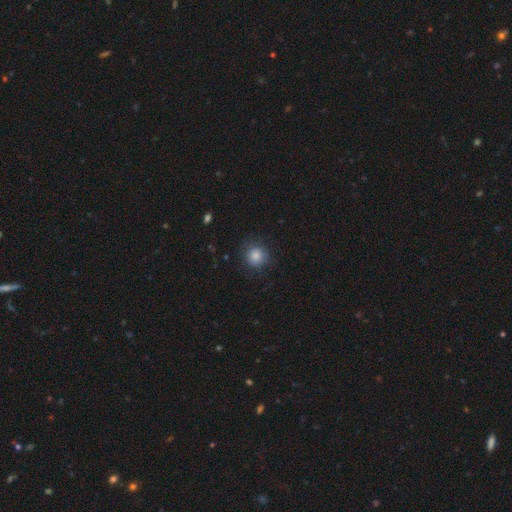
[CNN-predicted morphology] Smooth or featured? Predicted: smooth (p=0.84). How rounded? Predicted: round (p=0.90). Merging? Predicted: none (p=0.81).